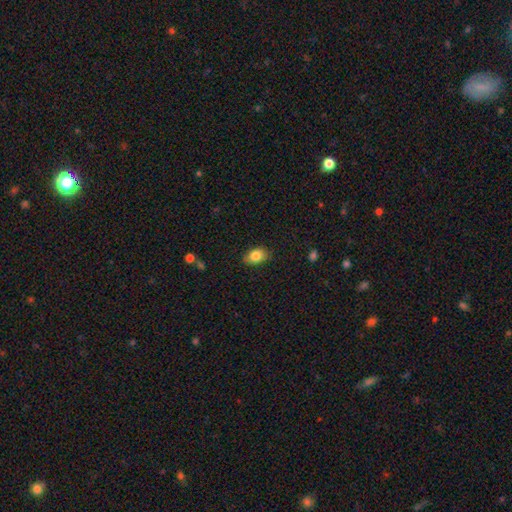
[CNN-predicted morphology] Smooth or featured? Predicted: smooth (p=0.85). How rounded? Predicted: in between (p=0.86). Merging? Predicted: none (p=0.83).